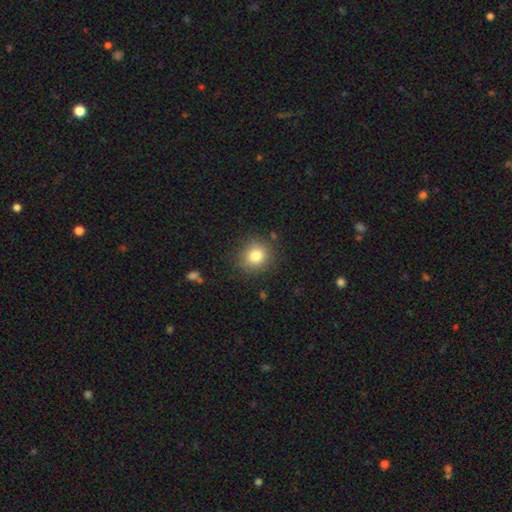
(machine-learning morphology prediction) A smooth galaxy with no disk features (81%) that is round (86%). Merging: none (85%).